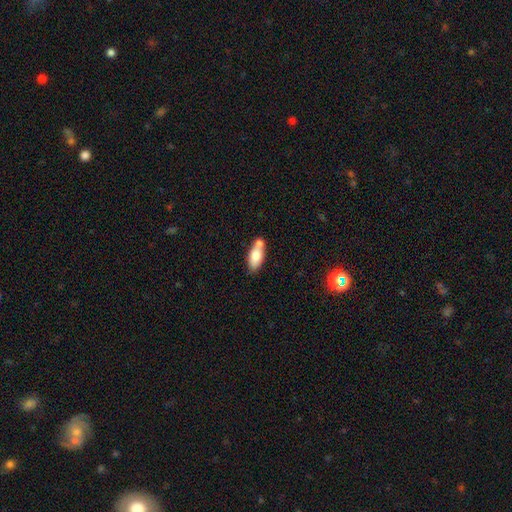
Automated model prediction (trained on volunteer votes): Q: Smooth or featured?
A: smooth (77%); runner-up: featured or disk (16%)
Q: How rounded?
A: in between (82%); runner-up: cigar-shaped (14%)
Q: Merging?
A: none (46%); runner-up: merger (35%)